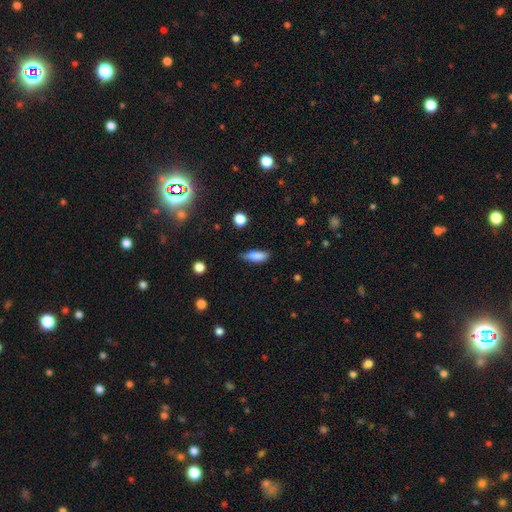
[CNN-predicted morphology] This appears to be a smooth galaxy with no disk features (83%) that is in between round and cigar-shaped (67%). Merging: none (62%).